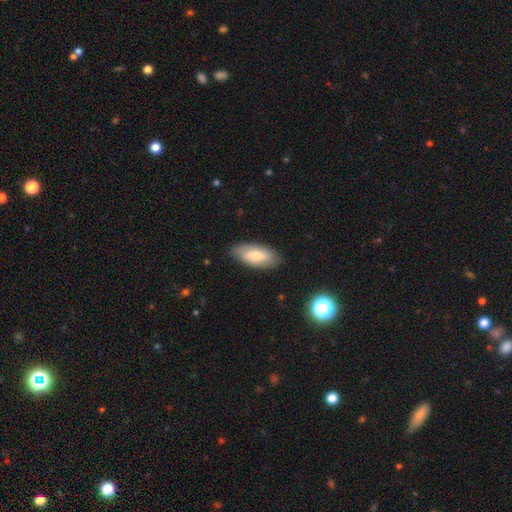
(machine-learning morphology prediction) Overall: smooth (67%). How rounded: in between (88%). Merging: none (84%).